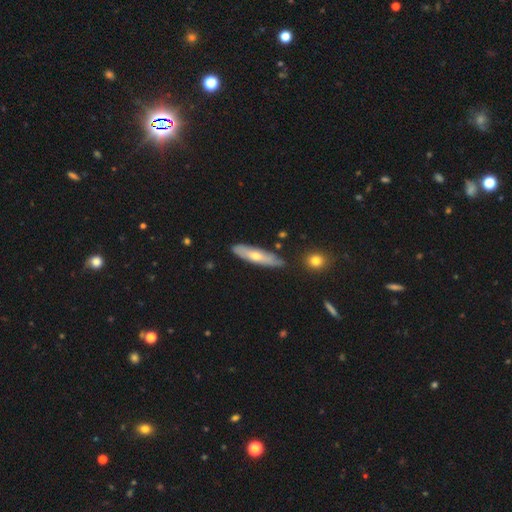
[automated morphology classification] Smooth or featured? smooth (49%)
Merging? none (82%)